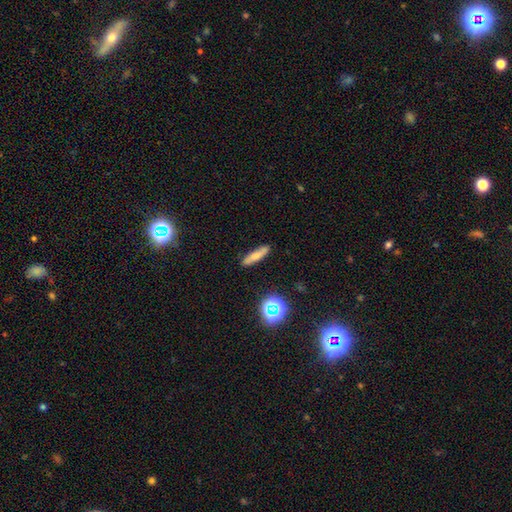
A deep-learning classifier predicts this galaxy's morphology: Overall: smooth (65%). How rounded: cigar-shaped (79%). Merging: none (85%).